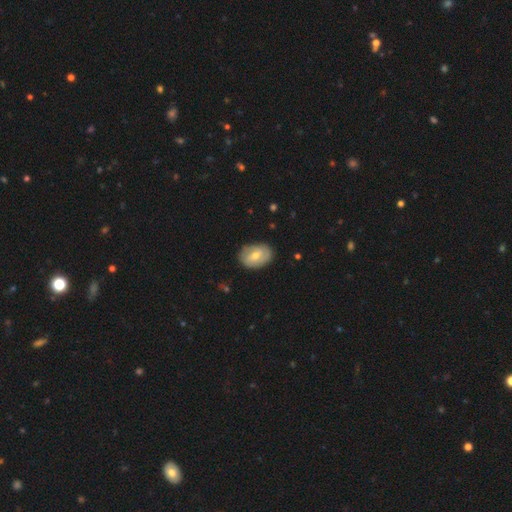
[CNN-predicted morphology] smooth_or_featured: smooth (p=0.49) [alt: featured or disk p=0.45]
merging: none (p=0.78) [alt: minor disturbance p=0.17]